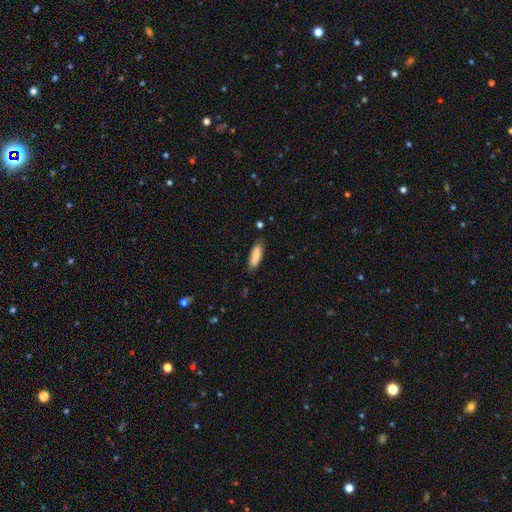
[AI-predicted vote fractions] smooth_or_featured: smooth (p=0.87) [alt: featured or disk p=0.07]
how_rounded: in between (p=0.55) [alt: cigar-shaped p=0.43]
merging: none (p=0.80) [alt: minor disturbance p=0.15]